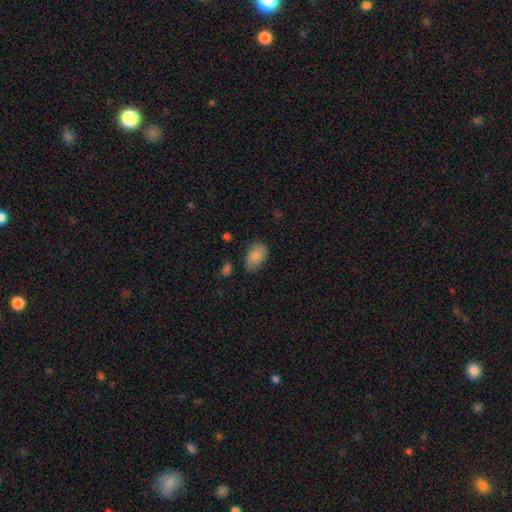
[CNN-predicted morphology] Smooth or featured? smooth (85%)
How rounded? in between (89%)
Merging? none (76%)